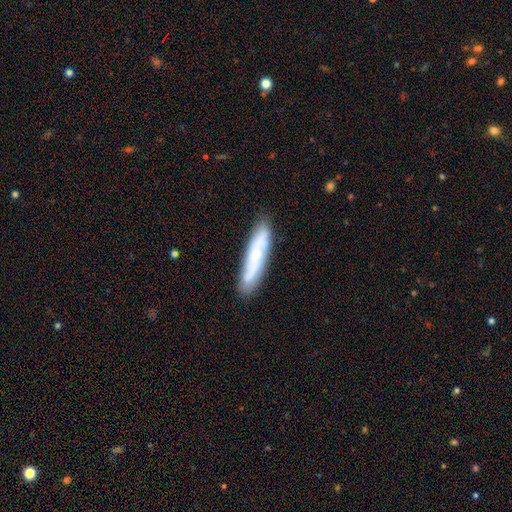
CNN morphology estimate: Overall: featured or disk (48%; smooth 45%). Merging: none (84%).